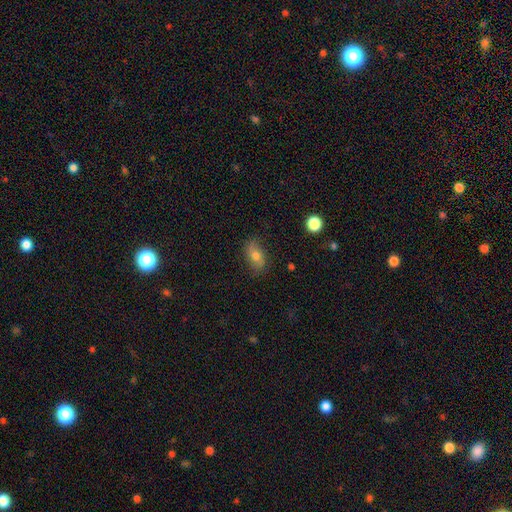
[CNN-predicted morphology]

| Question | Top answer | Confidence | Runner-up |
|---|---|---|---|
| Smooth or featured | smooth | 68% | featured or disk (21%) |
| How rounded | in between | 84% | round (10%) |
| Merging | none | 81% | minor disturbance (14%) |